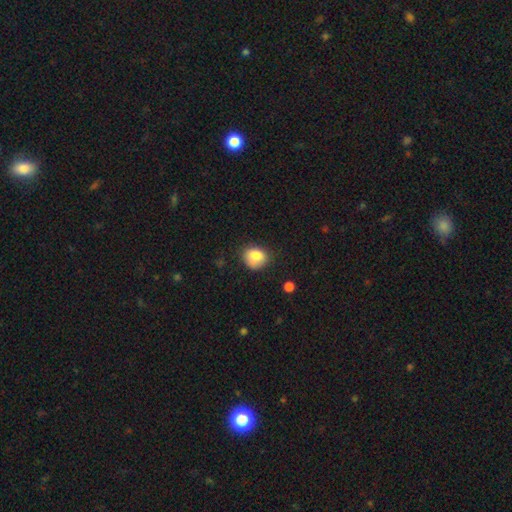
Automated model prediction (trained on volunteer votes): A smooth galaxy with no disk features (81%) that is round (59%). Merging: none (58%).